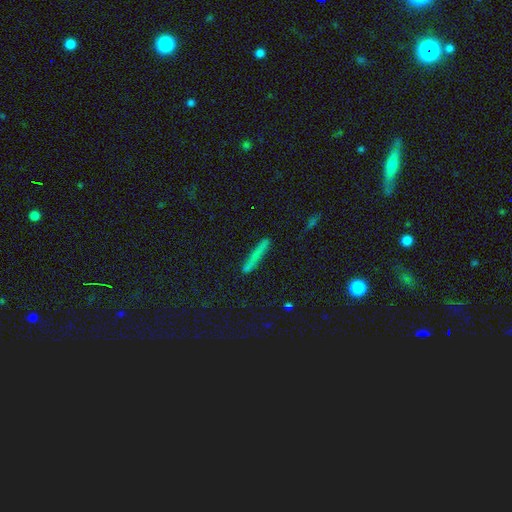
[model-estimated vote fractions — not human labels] smooth_or_featured: smooth (p=0.66) [alt: star or artifact p=0.18]
how_rounded: cigar-shaped (p=0.92) [alt: in between p=0.05]
merging: none (p=0.85) [alt: minor disturbance p=0.10]